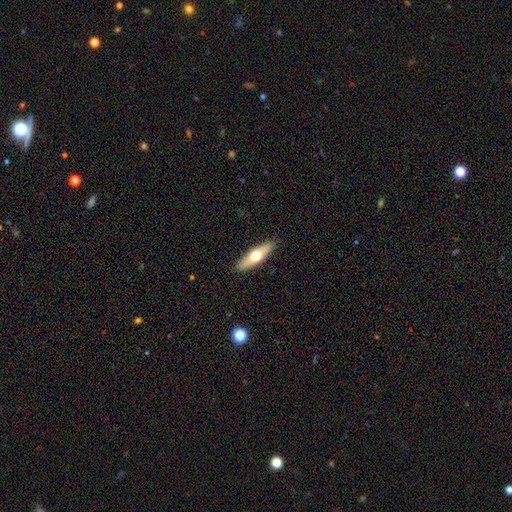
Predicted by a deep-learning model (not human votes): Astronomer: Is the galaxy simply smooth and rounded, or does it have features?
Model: smooth — 48% (runner-up: featured or disk, 47%).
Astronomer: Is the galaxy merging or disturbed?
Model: none — 90%.